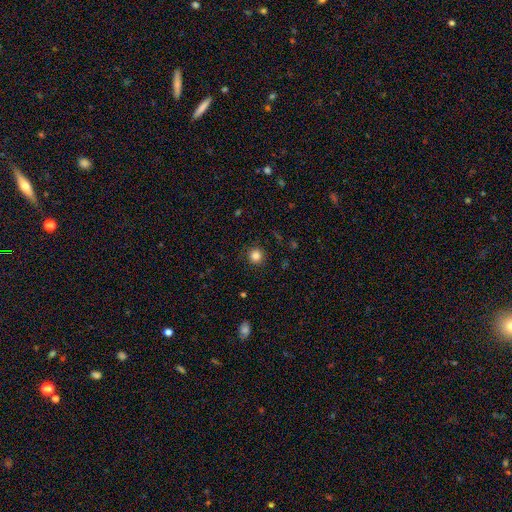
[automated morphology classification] Overall: smooth (84%). How rounded: round (94%). Merging: none (90%).